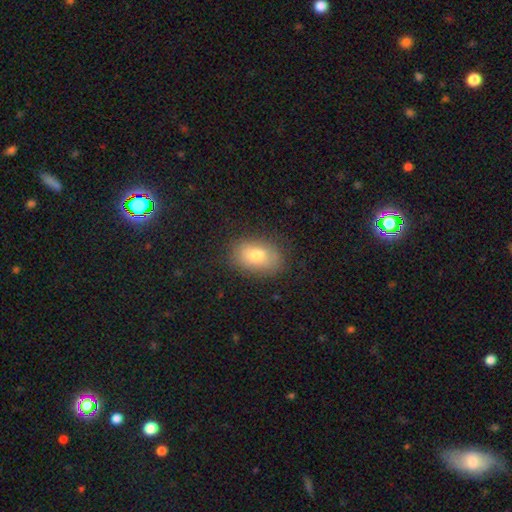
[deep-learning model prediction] Smooth or featured? Predicted: smooth (p=0.76). How rounded? Predicted: in between (p=0.83). Merging? Predicted: none (p=0.77).